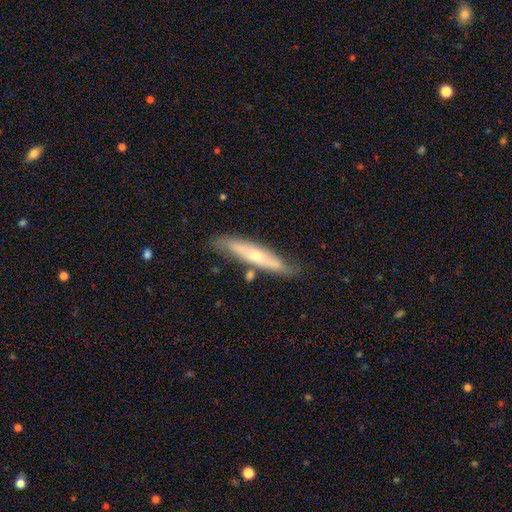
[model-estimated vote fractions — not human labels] Overall: featured or disk (52%; smooth 42%). Edge-on disk: yes (72%). Merging: none (75%).